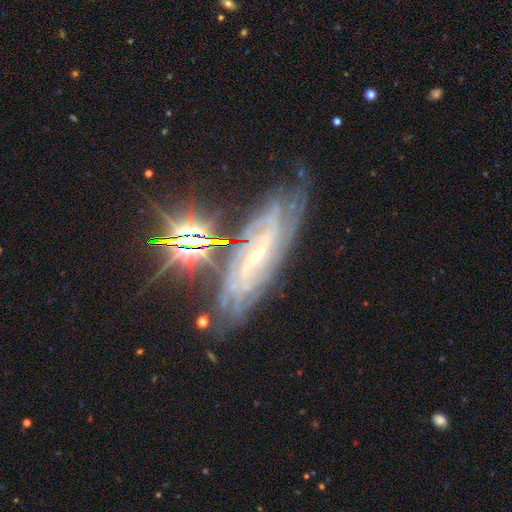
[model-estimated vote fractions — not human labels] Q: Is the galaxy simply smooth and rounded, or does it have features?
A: featured or disk — 81%.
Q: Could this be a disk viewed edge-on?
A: no — 86%.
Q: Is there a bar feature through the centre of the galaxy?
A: weak — 36%.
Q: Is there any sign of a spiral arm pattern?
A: yes — 97%.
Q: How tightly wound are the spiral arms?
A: tight — 64%.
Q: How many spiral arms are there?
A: can't tell — 33%.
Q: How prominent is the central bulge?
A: small — 84%.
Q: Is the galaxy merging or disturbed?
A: none — 71%.